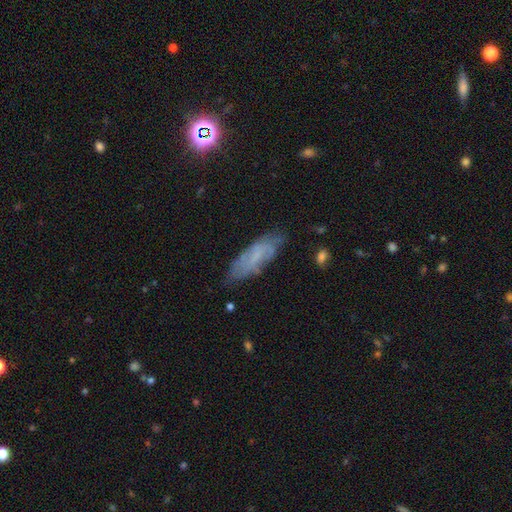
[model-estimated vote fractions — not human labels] Smooth or featured: smooth — 46% (featured or disk — 43%)
Merging: none — 71% (minor disturbance — 21%)